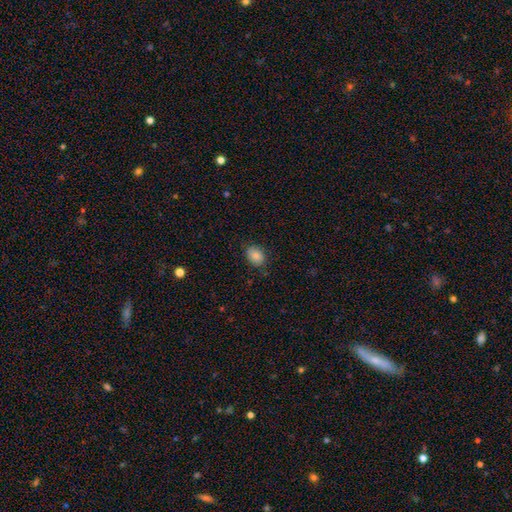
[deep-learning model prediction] The model was most divided on "how rounded": in between: 73%, round: 26%, cigar-shaped: 1%. More confident: smooth or featured — smooth (84%); merging — none (80%).